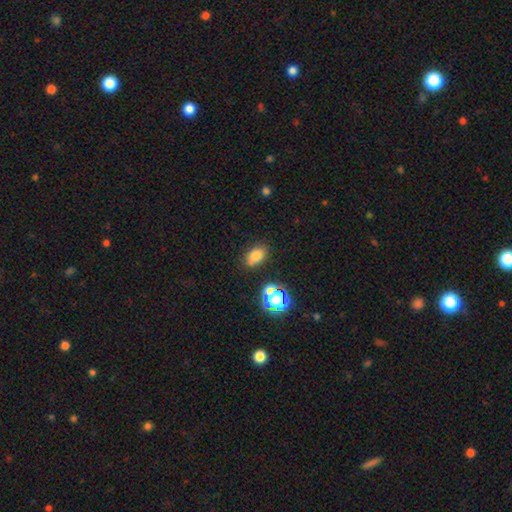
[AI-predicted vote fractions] Smooth or featured?
  - smooth: 73% *
  - star or artifact: 18%
  - featured or disk: 8%
How rounded?
  - in between: 82% *
  - round: 16%
  - cigar-shaped: 2%
Merging?
  - none: 77% *
  - minor disturbance: 15%
  - merger: 5%
  - major disturbance: 4%